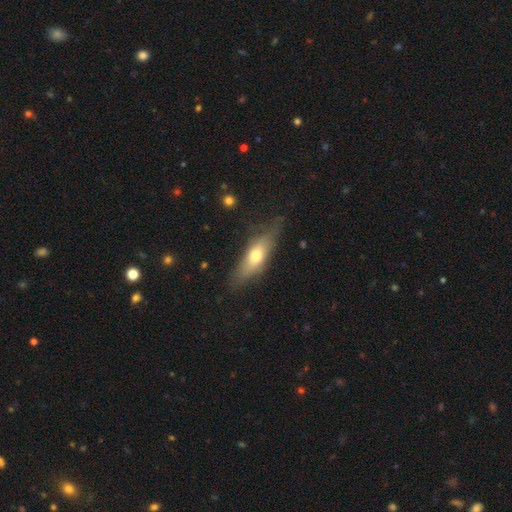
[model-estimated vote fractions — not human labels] smooth 61%, featured or disk 33%, star or artifact 6%. Down the decision tree: how rounded — in between (53%); merging — none (69%).